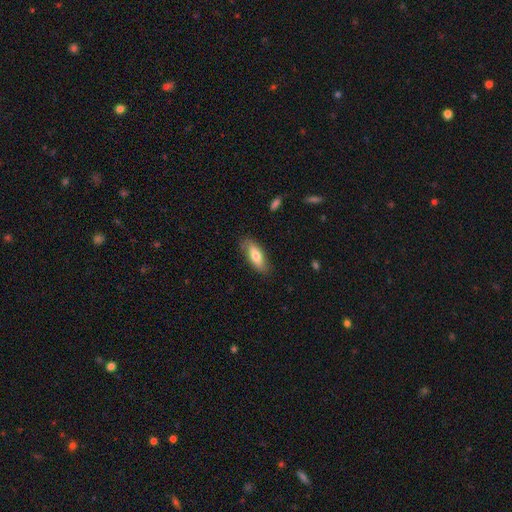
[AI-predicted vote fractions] A smooth galaxy with no disk features (72%) that is in between round and cigar-shaped (68%). Merging: none (81%).